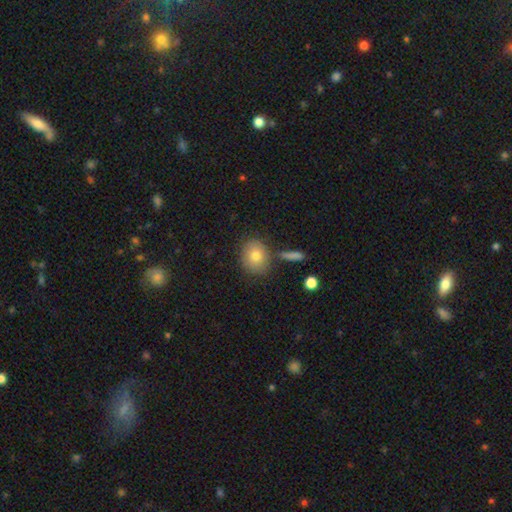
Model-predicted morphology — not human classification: smooth-or-featured: smooth: 79% | featured or disk: 12% | star or artifact: 9%
  how-rounded: round: 67% | in between: 31% | cigar-shaped: 1%
  merging: none: 76% | minor disturbance: 12% | merger: 9% | major disturbance: 4%